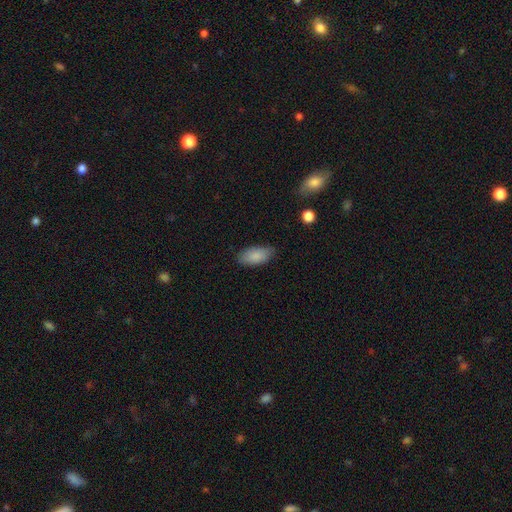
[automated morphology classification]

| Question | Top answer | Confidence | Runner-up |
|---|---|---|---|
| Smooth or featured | smooth | 86% | featured or disk (7%) |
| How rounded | in between | 91% | cigar-shaped (6%) |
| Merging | none | 80% | minor disturbance (16%) |